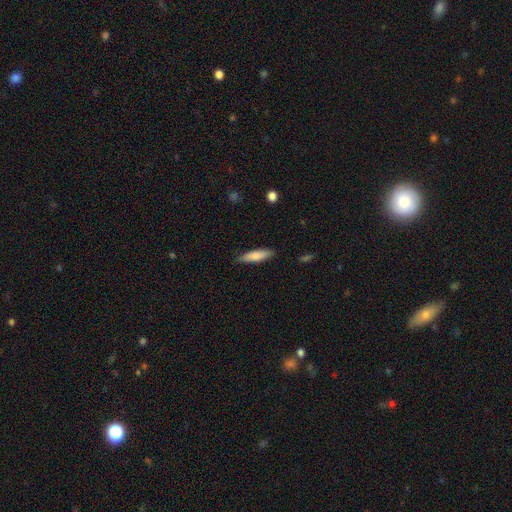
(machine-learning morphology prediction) smooth_or_featured: smooth (p=0.75) [alt: featured or disk p=0.19]
how_rounded: cigar-shaped (p=0.73) [alt: in between p=0.25]
merging: none (p=0.87) [alt: minor disturbance p=0.10]